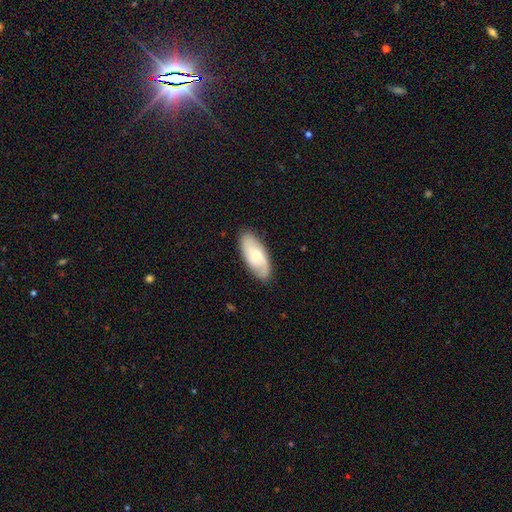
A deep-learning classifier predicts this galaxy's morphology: Smooth or featured? smooth (49%)
Merging? none (84%)